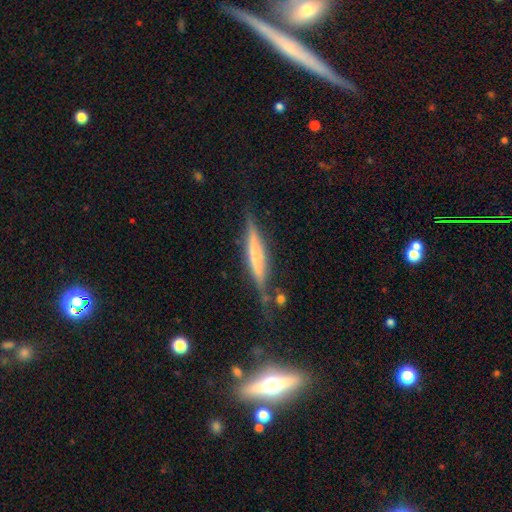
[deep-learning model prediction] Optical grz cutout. It shows a featured or disk galaxy (59%) viewed edge-on (95%) with no central bulge (49%). Merging: none (71%).